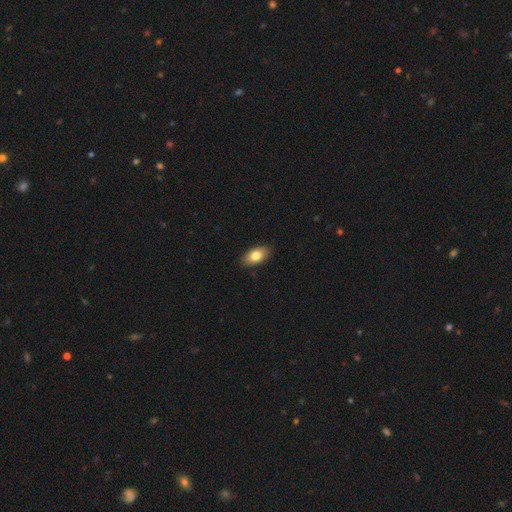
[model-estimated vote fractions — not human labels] Q: Smooth or featured?
A: smooth (79%); runner-up: featured or disk (14%)
Q: How rounded?
A: in between (92%); runner-up: round (5%)
Q: Merging?
A: none (89%); runner-up: minor disturbance (9%)